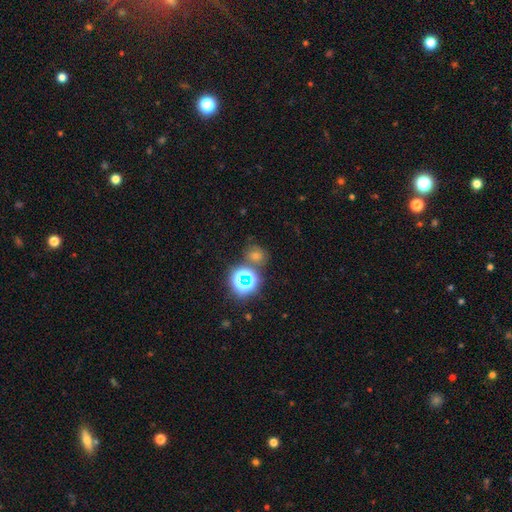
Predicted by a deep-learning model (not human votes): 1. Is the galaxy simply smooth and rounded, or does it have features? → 52% star or artifact, 38% smooth, 10% featured or disk.